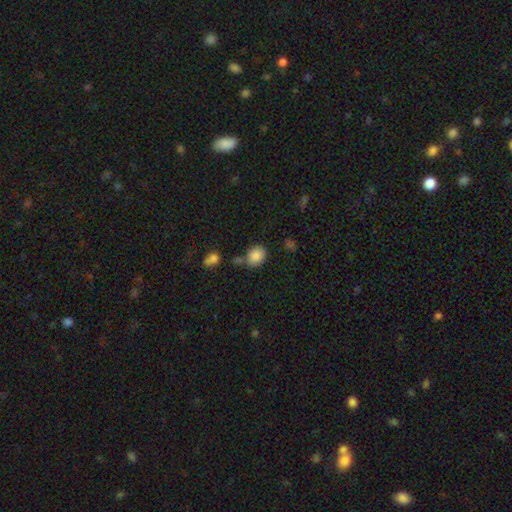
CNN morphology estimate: Smooth or featured? smooth (86%)
How rounded? in between (52%)
Merging? none (70%)